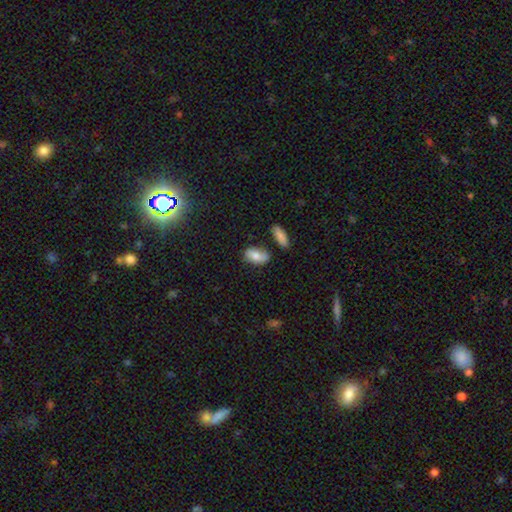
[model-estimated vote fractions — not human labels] Smooth or featured?
  - smooth: 71% *
  - featured or disk: 21%
  - star or artifact: 8%
How rounded?
  - in between: 91% *
  - round: 5%
  - cigar-shaped: 4%
Merging?
  - none: 69% *
  - minor disturbance: 20%
  - merger: 7%
  - major disturbance: 5%